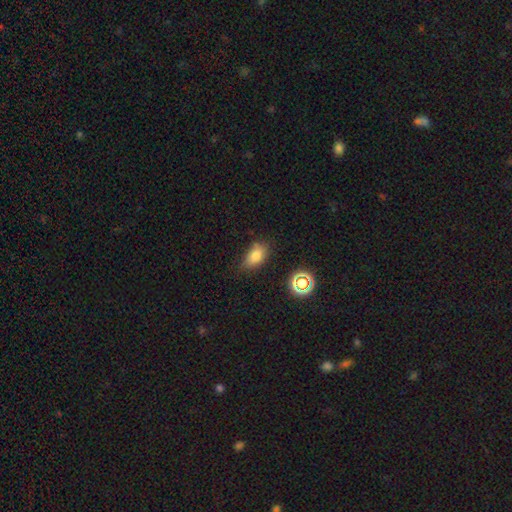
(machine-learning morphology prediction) Smooth or featured?
  - smooth: 80% *
  - star or artifact: 12%
  - featured or disk: 8%
How rounded?
  - in between: 86% *
  - round: 11%
  - cigar-shaped: 3%
Merging?
  - none: 67% *
  - minor disturbance: 25%
  - major disturbance: 5%
  - merger: 3%